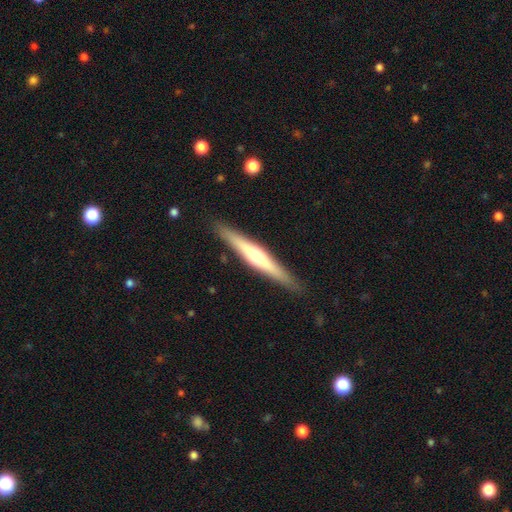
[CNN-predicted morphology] A featured or disk galaxy (63%) viewed edge-on (97%) with a rounded central bulge (78%).

Vote fractions:
- Smooth or featured? featured or disk: 63% / smooth: 31% / star or artifact: 6%
- Edge-on disk? yes: 97% / no: 3%
- Edge-on bulge? rounded: 78% / none: 14% / boxy: 9%
- Merging? none: 89% / minor disturbance: 8% / major disturbance: 2% / merger: 1%